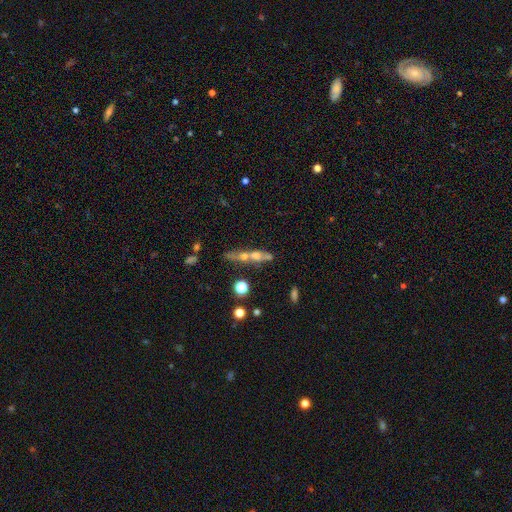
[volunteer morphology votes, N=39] A featured or disk galaxy (56%) viewed edge-on (59%) with a rounded central bulge (77%).

Vote fractions:
- Smooth or featured? featured or disk: 56% / smooth: 36% / star or artifact: 8%
- Edge-on disk? yes: 59% / no: 41%
- Edge-on bulge? rounded: 77% / none: 23% / boxy: 0%
- Merging? merger: 69% / none: 25% / minor disturbance: 3% / major disturbance: 3%